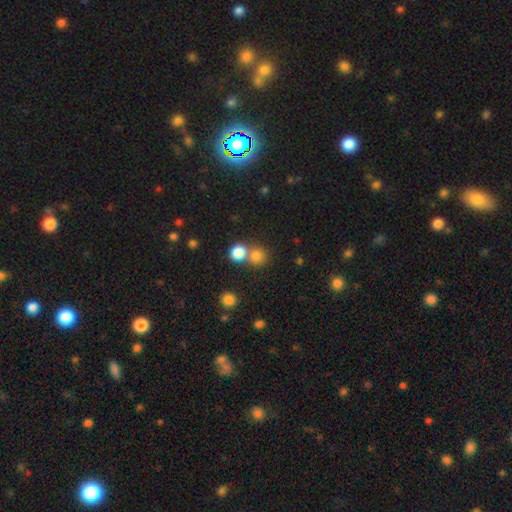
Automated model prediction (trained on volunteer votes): The model was most divided on "merging": none: 52%, merger: 39%, minor disturbance: 6%, major disturbance: 3%. More confident: how rounded — round (86%); smooth or featured — smooth (80%).